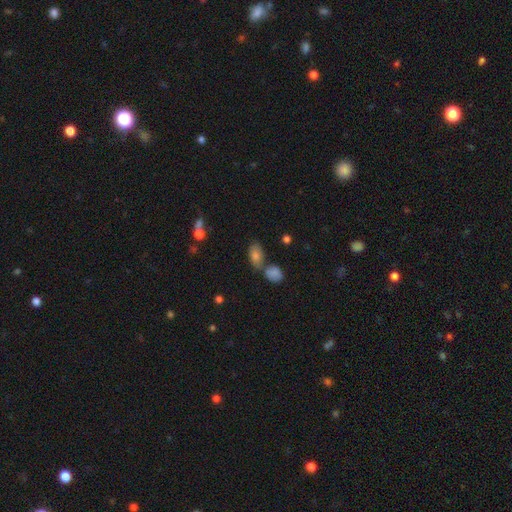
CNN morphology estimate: A smooth galaxy with no disk features (75%) that is in between round and cigar-shaped (87%).

Vote fractions:
- Smooth or featured? smooth: 75% / featured or disk: 13% / star or artifact: 12%
- How rounded? in between: 87% / round: 9% / cigar-shaped: 3%
- Merging? none: 53% / merger: 27% / minor disturbance: 15% / major disturbance: 5%